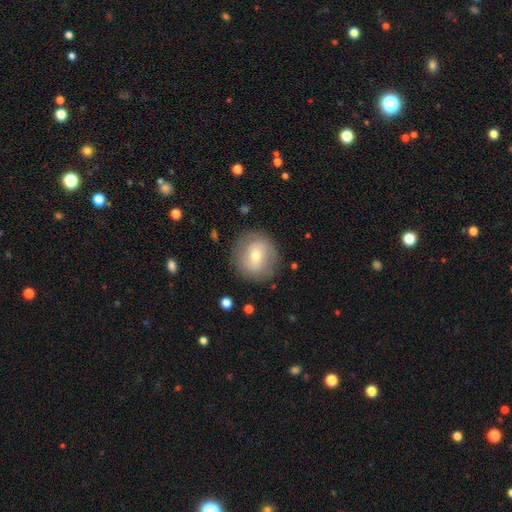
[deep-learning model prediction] Smooth or featured?
  - smooth: 56% *
  - featured or disk: 36%
  - star or artifact: 9%
How rounded?
  - round: 87% *
  - in between: 12%
  - cigar-shaped: 1%
Merging?
  - none: 85% *
  - minor disturbance: 10%
  - major disturbance: 4%
  - merger: 1%